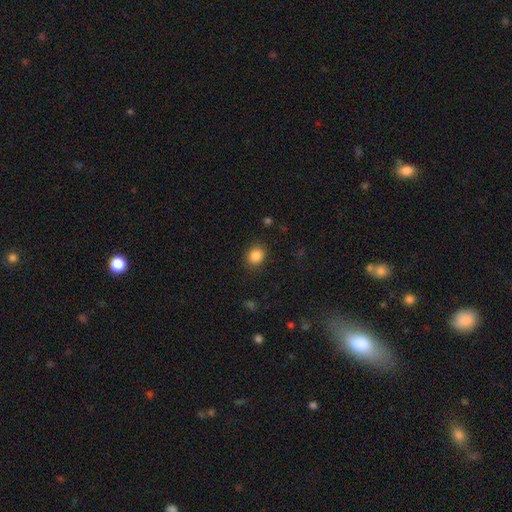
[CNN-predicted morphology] smooth-or-featured: smooth: 86% | star or artifact: 10% | featured or disk: 4%
  how-rounded: round: 63% | in between: 36% | cigar-shaped: 1%
  merging: none: 87% | minor disturbance: 9% | major disturbance: 3% | merger: 1%